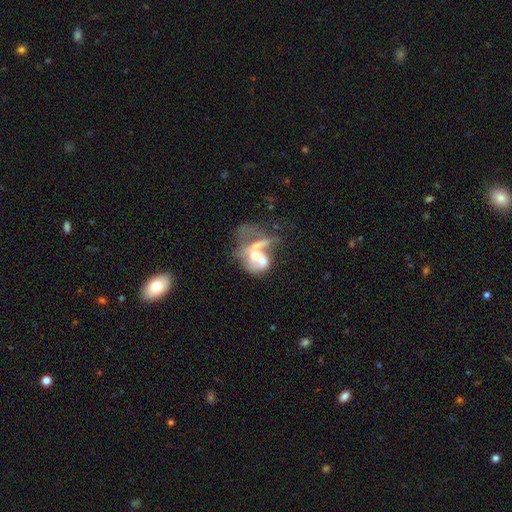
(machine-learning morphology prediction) Overall: featured or disk (52%; smooth 36%). Edge-on disk: no (96%). Bar: no (82%). Spiral arms: no (79%). Bulge size: moderate (49%; small 19%). Merging: merger (58%; major disturbance 25%).